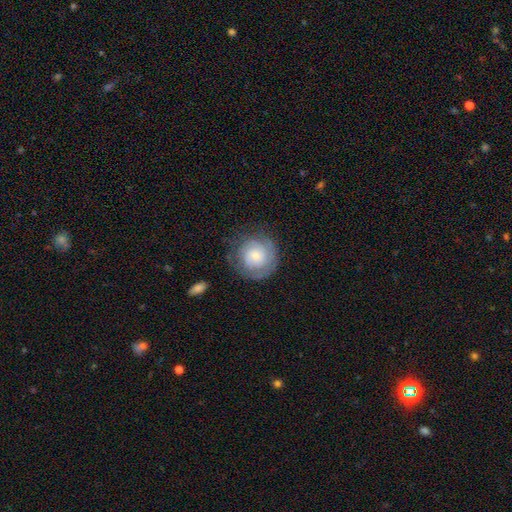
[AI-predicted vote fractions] A featured or disk galaxy (56%) with no bar (78%), spiral arms (82%) and a small central bulge (64%).

Vote fractions:
- Smooth or featured? featured or disk: 56% / smooth: 37% / star or artifact: 7%
- Edge-on disk? no: 98% / yes: 2%
- Bar? no: 78% / weak: 18% / strong: 3%
- Spiral arms? yes: 82% / no: 18%
- Bulge size? small: 64% / moderate: 27% / large: 5% / none: 3% / dominant: 2%
- Merging? none: 73% / minor disturbance: 17% / major disturbance: 8% / merger: 1%